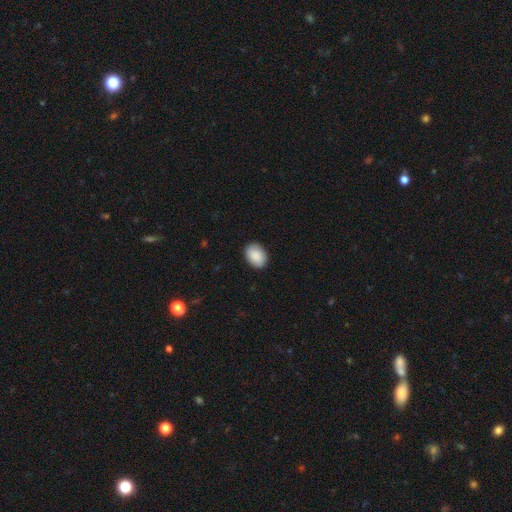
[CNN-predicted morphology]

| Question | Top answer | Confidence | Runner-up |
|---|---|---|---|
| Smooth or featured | smooth | 90% | star or artifact (6%) |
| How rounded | in between | 77% | round (22%) |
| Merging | none | 88% | minor disturbance (9%) |